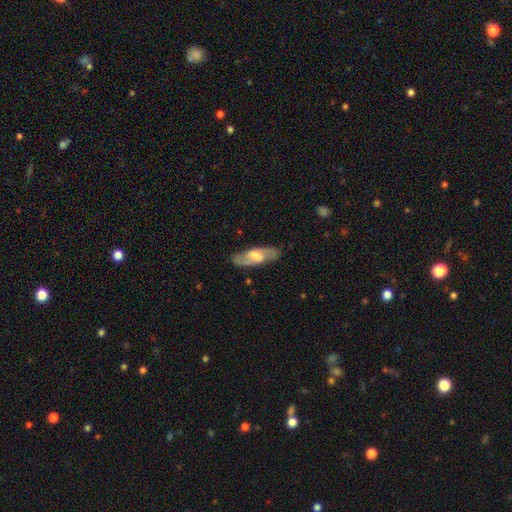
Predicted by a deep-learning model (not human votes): Q: Smooth or featured?
A: featured or disk (56%); runner-up: smooth (39%)
Q: Edge-on disk?
A: no (76%); runner-up: yes (24%)
Q: Merging?
A: none (83%); runner-up: minor disturbance (12%)